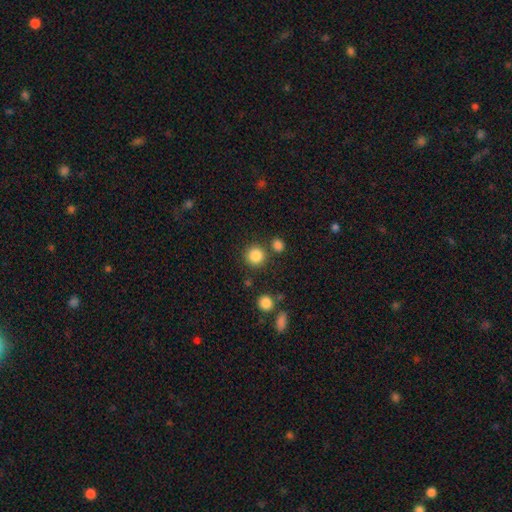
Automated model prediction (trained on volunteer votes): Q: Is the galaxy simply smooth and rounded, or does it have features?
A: smooth — 85%.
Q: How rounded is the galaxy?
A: round — 93%.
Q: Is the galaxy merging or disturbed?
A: none — 82%.